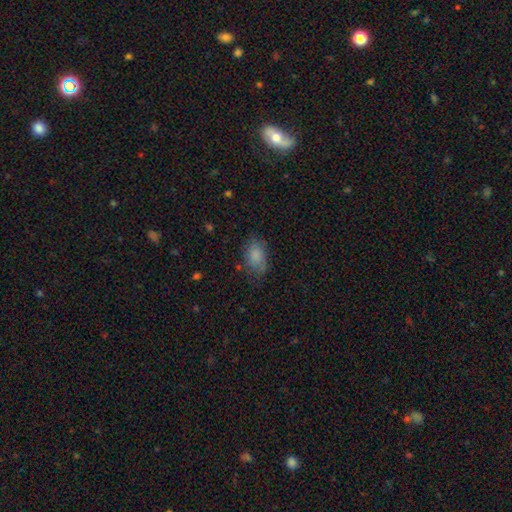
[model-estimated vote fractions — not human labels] Smooth or featured?
  - smooth: 80% *
  - featured or disk: 11%
  - star or artifact: 9%
How rounded?
  - in between: 89% *
  - round: 9%
  - cigar-shaped: 2%
Merging?
  - none: 64% *
  - minor disturbance: 25%
  - major disturbance: 9%
  - merger: 2%